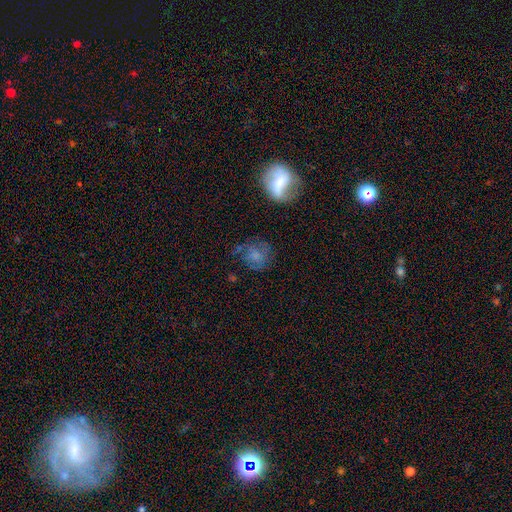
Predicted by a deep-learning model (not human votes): smooth_or_featured: smooth (p=0.59) [alt: featured or disk p=0.28]
how_rounded: round (p=0.76) [alt: in between p=0.22]
merging: none (p=0.56) [alt: minor disturbance p=0.21]